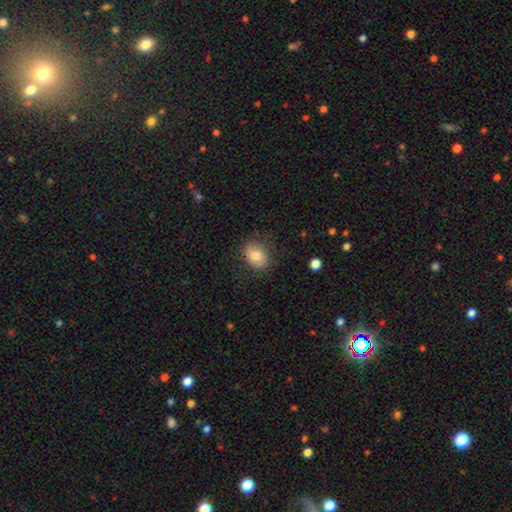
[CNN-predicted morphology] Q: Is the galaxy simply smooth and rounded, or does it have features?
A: smooth — 77%.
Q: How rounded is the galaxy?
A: in between — 59%.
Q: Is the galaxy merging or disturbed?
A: none — 79%.